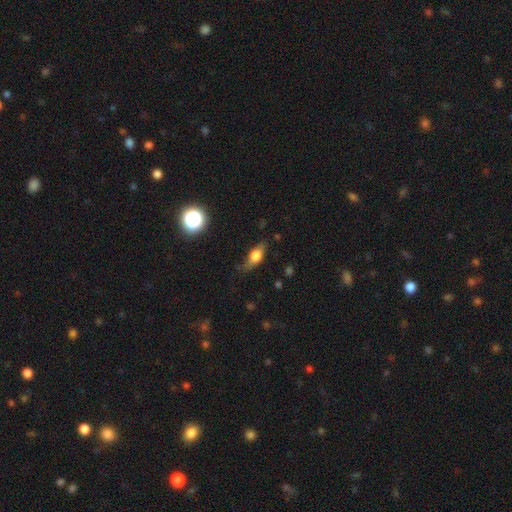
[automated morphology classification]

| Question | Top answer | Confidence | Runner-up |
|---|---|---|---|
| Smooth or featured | smooth | 58% | featured or disk (32%) |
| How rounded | in between | 67% | cigar-shaped (19%) |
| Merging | none | 63% | minor disturbance (26%) |